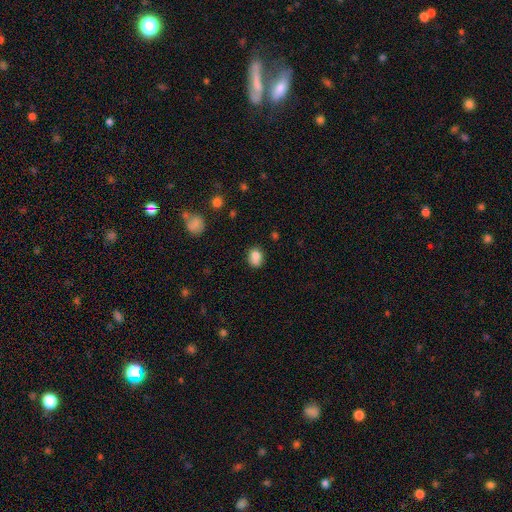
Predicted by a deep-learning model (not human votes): smooth_or_featured: smooth (p=0.82) [alt: star or artifact p=0.10]
how_rounded: in between (p=0.54) [alt: round p=0.45]
merging: none (p=0.68) [alt: minor disturbance p=0.20]